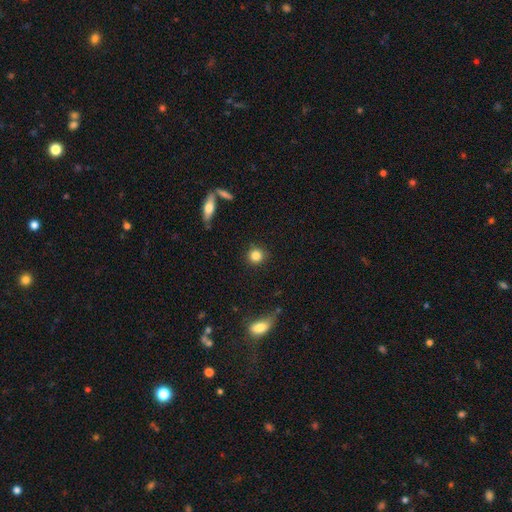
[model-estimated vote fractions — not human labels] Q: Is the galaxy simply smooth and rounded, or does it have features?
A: smooth — 84%.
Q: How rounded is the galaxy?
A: round — 91%.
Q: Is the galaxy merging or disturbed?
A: none — 89%.